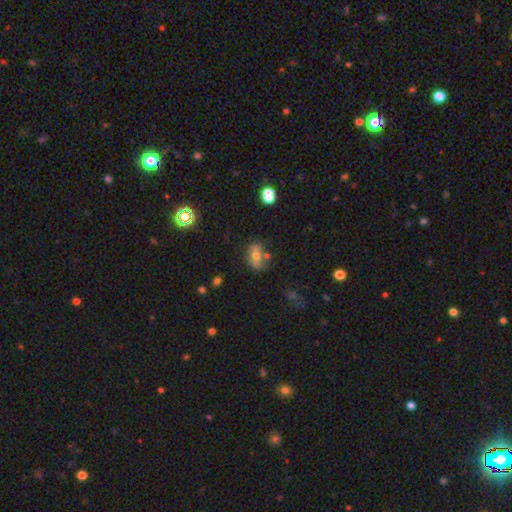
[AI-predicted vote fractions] The model was most divided on "smooth or featured": smooth: 48%, featured or disk: 37%, star or artifact: 15%. More confident: merging — none (62%).